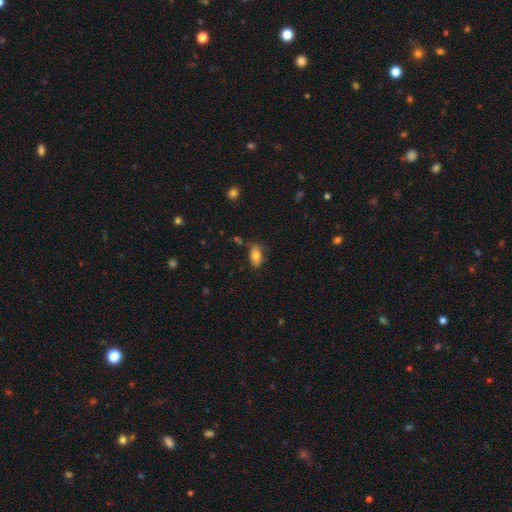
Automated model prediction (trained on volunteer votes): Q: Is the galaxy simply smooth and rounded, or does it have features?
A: smooth — 81%.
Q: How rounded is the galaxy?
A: in between — 91%.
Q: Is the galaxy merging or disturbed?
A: none — 71%.